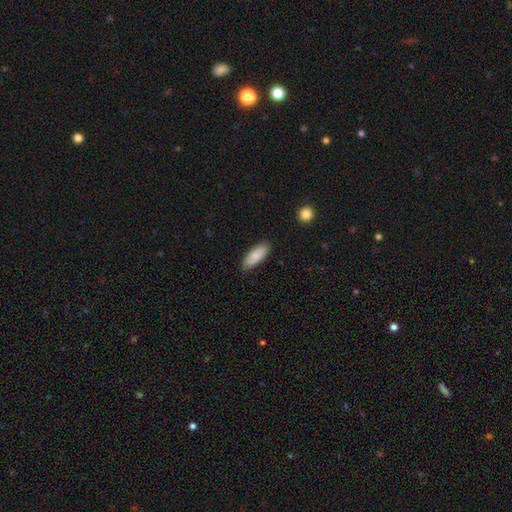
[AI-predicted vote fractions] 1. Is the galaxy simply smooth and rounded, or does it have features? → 86% smooth, 8% featured or disk, 6% star or artifact.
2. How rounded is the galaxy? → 74% in between, 25% cigar-shaped, 2% round.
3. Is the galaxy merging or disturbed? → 86% none, 11% minor disturbance, 2% major disturbance, 1% merger.